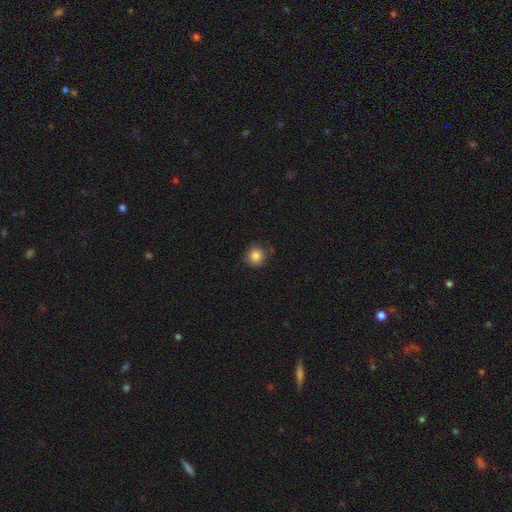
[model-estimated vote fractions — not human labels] A smooth galaxy with no disk features (85%) that is round (93%). Merging: none (83%).